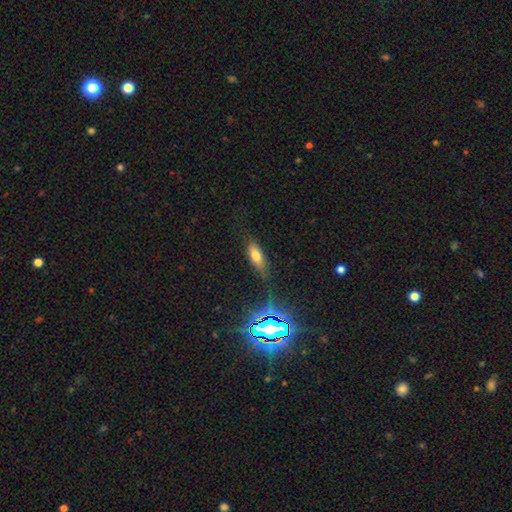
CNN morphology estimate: This appears to be a smooth galaxy with no disk features (69%) that is in between round and cigar-shaped (68%). Merging: none (76%).